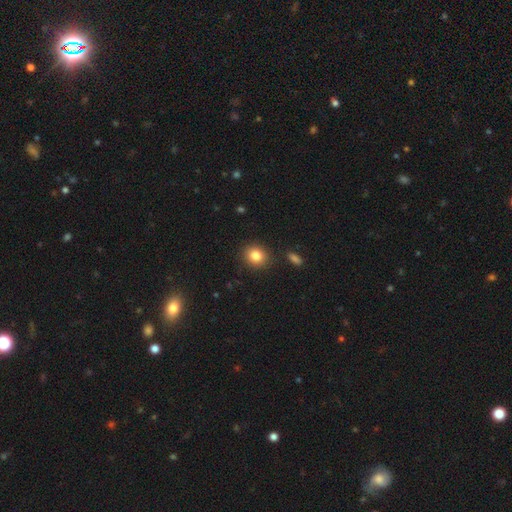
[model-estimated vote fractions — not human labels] Overall: smooth (84%). How rounded: round (71%). Merging: none (88%).